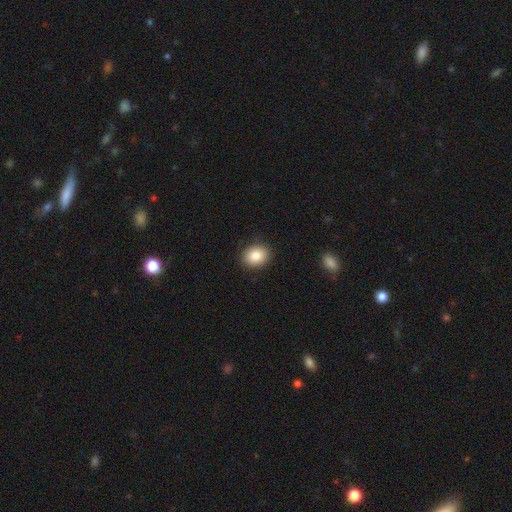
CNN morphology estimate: This is clearly a smooth galaxy (85%). How rounded: possibly round (51%). Merging: clearly none (89%).